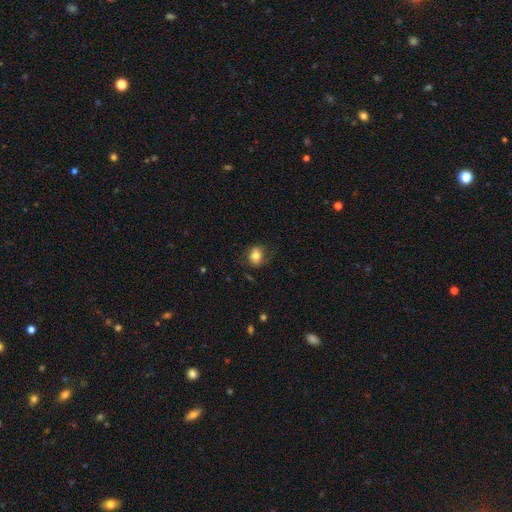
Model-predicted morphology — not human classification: Smooth or featured: smooth — 74% (featured or disk — 16%)
How rounded: round — 50% (in between — 49%)
Merging: none — 64% (minor disturbance — 22%)